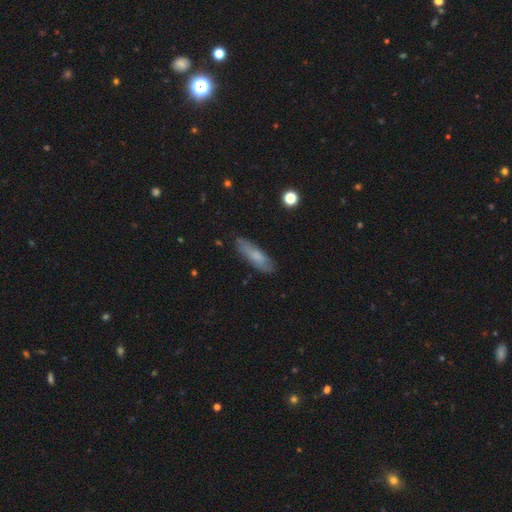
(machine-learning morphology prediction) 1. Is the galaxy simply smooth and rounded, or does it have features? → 71% smooth, 22% featured or disk, 7% star or artifact.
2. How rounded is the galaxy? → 58% cigar-shaped, 40% in between, 2% round.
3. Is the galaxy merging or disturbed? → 81% none, 14% minor disturbance, 3% major disturbance, 1% merger.